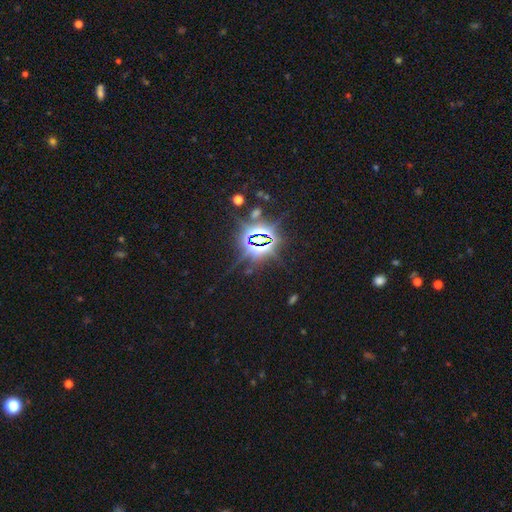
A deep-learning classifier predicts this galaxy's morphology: The model was most divided on "smooth or featured": star or artifact: 86%, smooth: 8%, featured or disk: 6%.